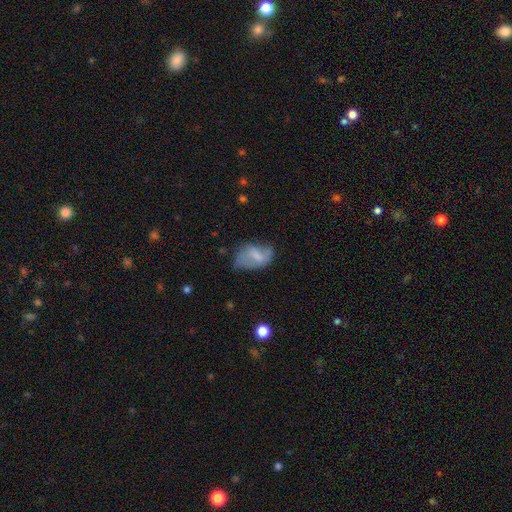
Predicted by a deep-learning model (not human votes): Smooth or featured: smooth — 53% (featured or disk — 39%)
How rounded: in between — 88% (round — 10%)
Merging: none — 39% (minor disturbance — 35%)